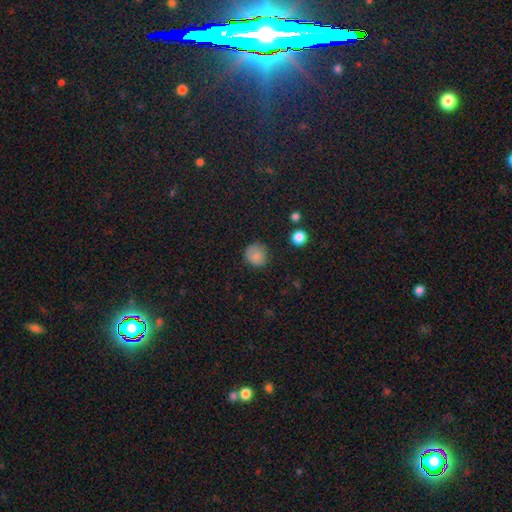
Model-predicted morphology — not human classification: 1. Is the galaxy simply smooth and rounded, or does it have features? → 82% smooth, 11% star or artifact, 7% featured or disk.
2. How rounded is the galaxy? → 86% round, 13% in between, 1% cigar-shaped.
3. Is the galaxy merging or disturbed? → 76% none, 17% minor disturbance, 5% major disturbance, 2% merger.